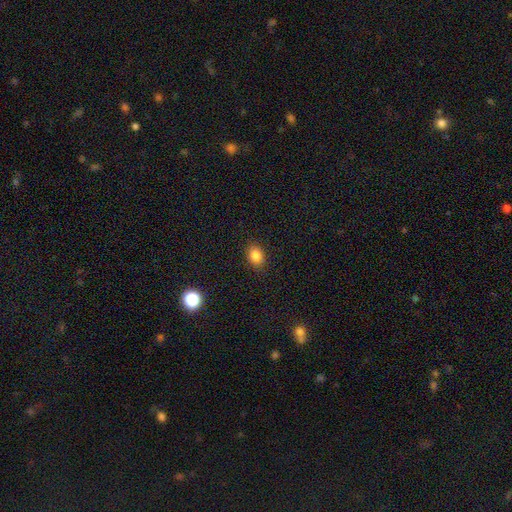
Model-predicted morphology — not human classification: A smooth galaxy with no disk features (85%) that is in between round and cigar-shaped (65%). Merging: none (88%).